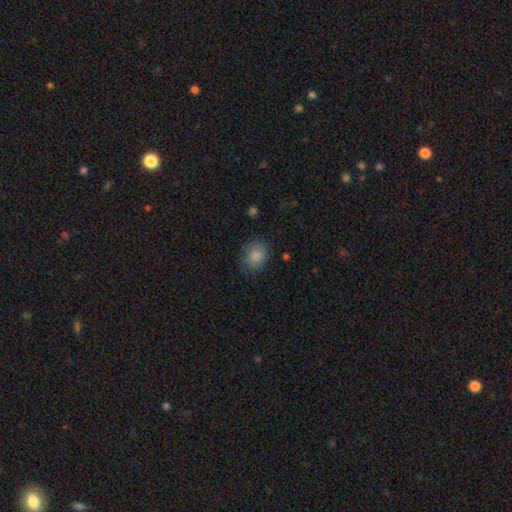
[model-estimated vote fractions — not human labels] This appears to be a smooth galaxy with no disk features (85%) that is round (53%). Merging: none (76%).